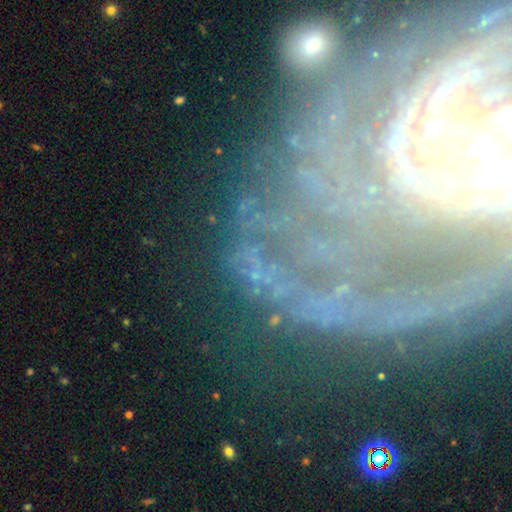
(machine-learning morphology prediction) Overall: featured or disk (61%; star or artifact 24%). Edge-on disk: no (91%). Bar: no (47%; weak 29%). Spiral arms: yes (79%). Bulge size: small (46%; moderate 33%). Merging: none (63%).